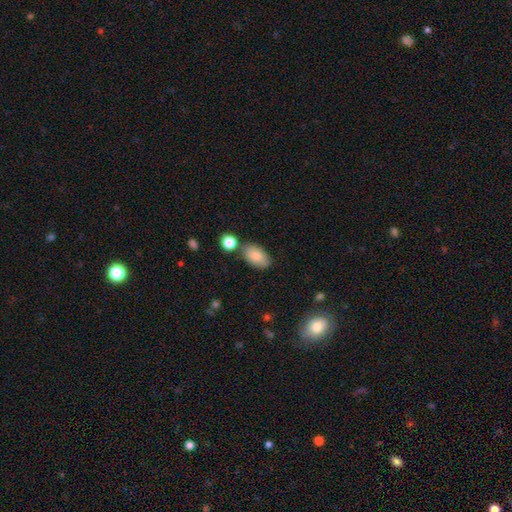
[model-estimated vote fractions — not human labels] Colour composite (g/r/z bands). It shows a smooth galaxy with no disk features (85%) that is in between round and cigar-shaped (93%). Merging: none (75%).